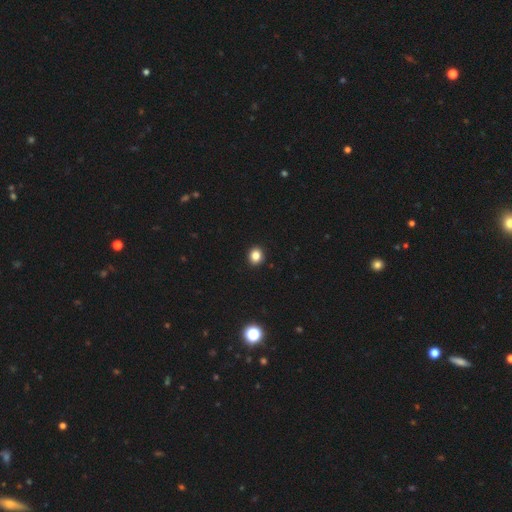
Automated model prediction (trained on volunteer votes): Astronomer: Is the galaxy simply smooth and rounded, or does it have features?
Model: smooth — 84%.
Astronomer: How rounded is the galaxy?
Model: round — 70%.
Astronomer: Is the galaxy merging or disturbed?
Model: none — 92%.